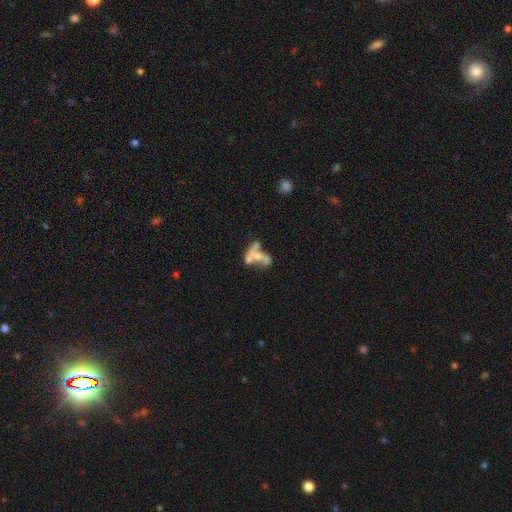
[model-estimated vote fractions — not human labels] Smooth or featured?
  - featured or disk: 52% *
  - smooth: 35%
  - star or artifact: 13%
Edge-on disk?
  - no: 92% *
  - yes: 8%
Merging?
  - merger: 52% *
  - major disturbance: 22%
  - none: 18%
  - minor disturbance: 9%